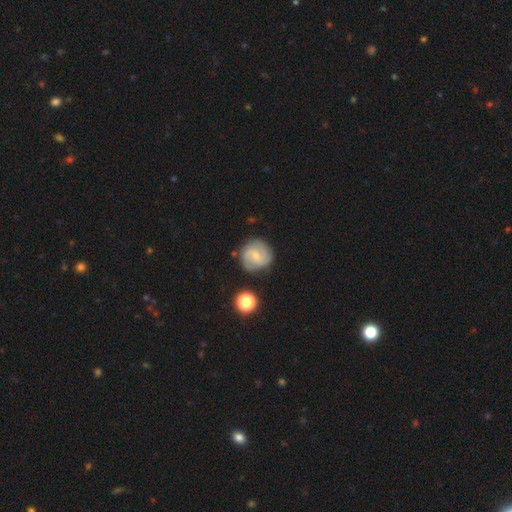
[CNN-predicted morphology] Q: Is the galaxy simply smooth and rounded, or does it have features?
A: featured or disk — 69%.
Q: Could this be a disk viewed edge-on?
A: no — 98%.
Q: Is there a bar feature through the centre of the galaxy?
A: weak — 52%.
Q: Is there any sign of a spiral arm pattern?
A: yes — 94%.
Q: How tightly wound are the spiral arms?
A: medium — 48%.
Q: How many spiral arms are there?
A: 2 — 73%.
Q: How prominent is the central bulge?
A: small — 70%.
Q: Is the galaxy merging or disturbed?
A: none — 77%.